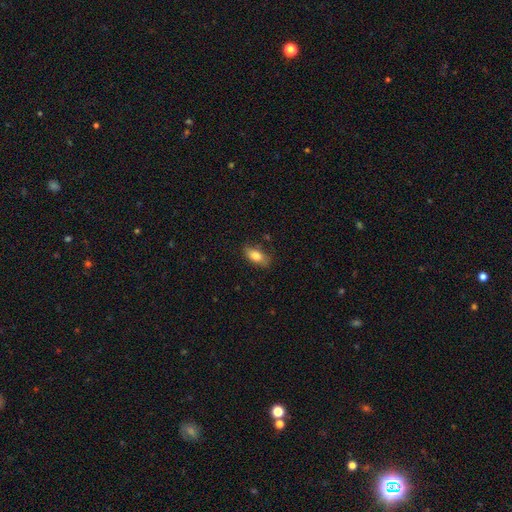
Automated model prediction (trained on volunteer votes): Smooth or featured: smooth — 81% (featured or disk — 11%)
How rounded: in between — 87% (cigar-shaped — 9%)
Merging: none — 76% (minor disturbance — 19%)